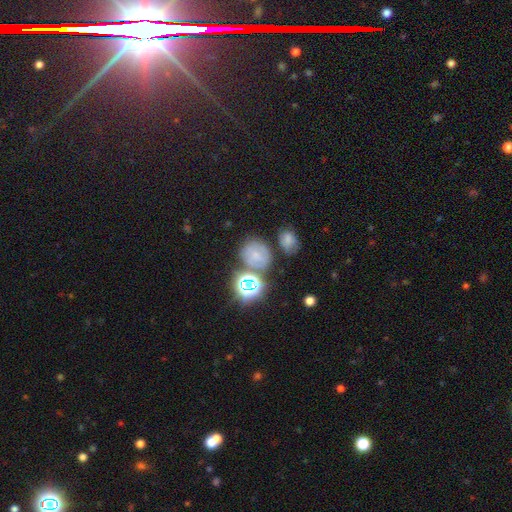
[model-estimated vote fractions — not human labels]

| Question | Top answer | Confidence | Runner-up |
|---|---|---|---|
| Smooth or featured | smooth | 48% | featured or disk (27%) |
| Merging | none | 61% | minor disturbance (17%) |